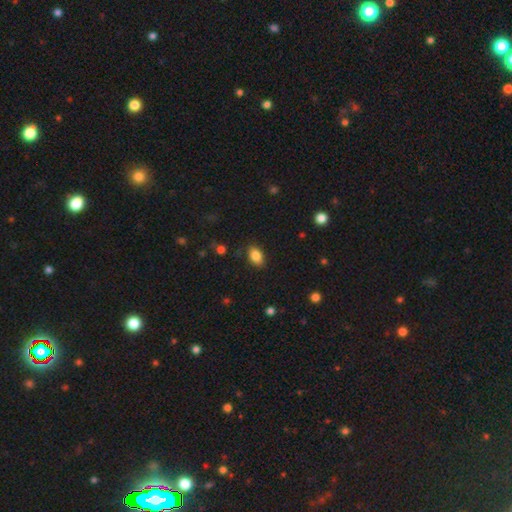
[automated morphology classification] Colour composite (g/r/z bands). It shows a smooth galaxy with no disk features (85%) that is in between round and cigar-shaped (87%). Merging: none (84%).